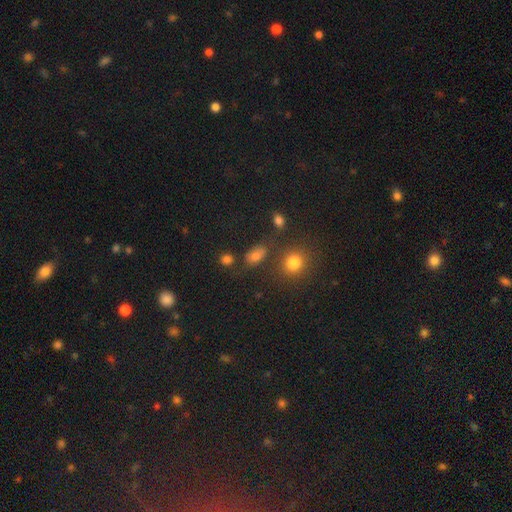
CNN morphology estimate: A smooth galaxy with no disk features (75%) that is in between round and cigar-shaped (79%).

Vote fractions:
- Smooth or featured? smooth: 75% / star or artifact: 16% / featured or disk: 9%
- How rounded? in between: 79% / round: 17% / cigar-shaped: 4%
- Merging? none: 70% / minor disturbance: 15% / merger: 9% / major disturbance: 6%